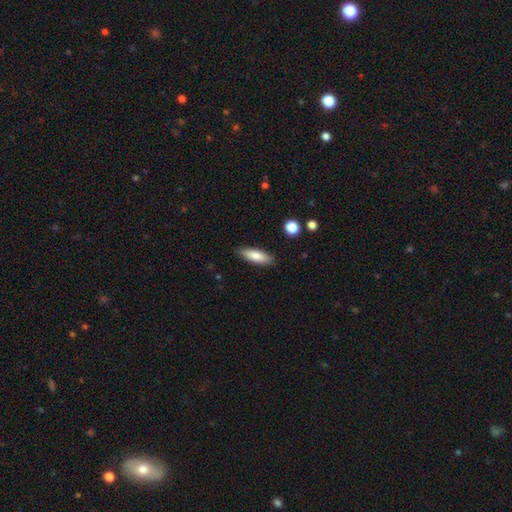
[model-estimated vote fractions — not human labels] A smooth galaxy with no disk features (78%) that is in between round and cigar-shaped (51%).

Vote fractions:
- Smooth or featured? smooth: 78% / featured or disk: 16% / star or artifact: 6%
- How rounded? in between: 51% / cigar-shaped: 47% / round: 2%
- Merging? none: 87% / minor disturbance: 9% / major disturbance: 2% / merger: 1%